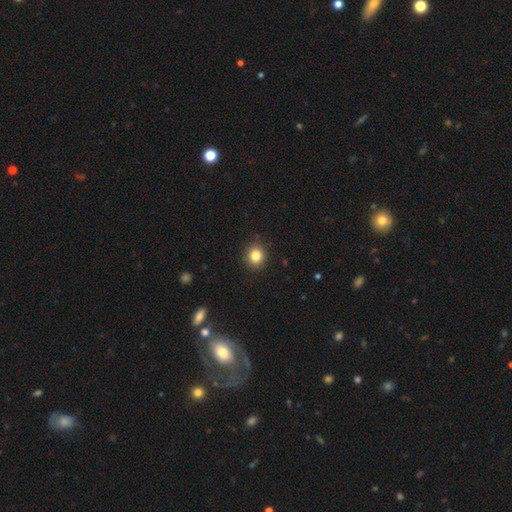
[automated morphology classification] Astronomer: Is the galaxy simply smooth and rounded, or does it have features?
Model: smooth — 83%.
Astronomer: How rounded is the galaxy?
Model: round — 86%.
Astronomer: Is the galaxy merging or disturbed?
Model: none — 90%.